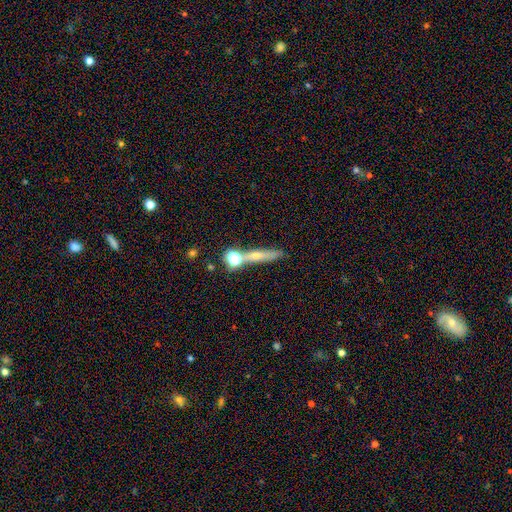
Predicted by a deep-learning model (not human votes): The model was most divided on "smooth or featured": smooth: 48%, featured or disk: 39%, star or artifact: 13%. More confident: merging — none (63%).